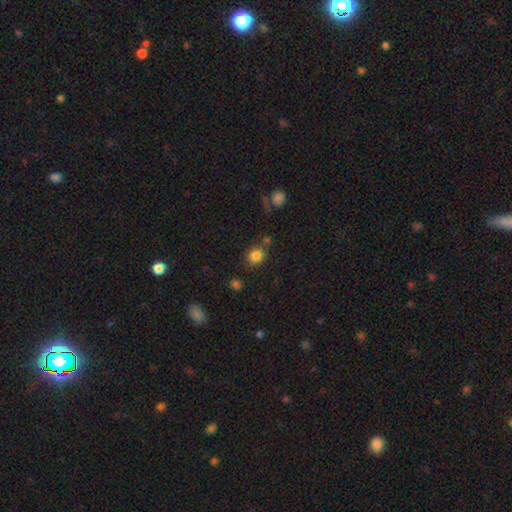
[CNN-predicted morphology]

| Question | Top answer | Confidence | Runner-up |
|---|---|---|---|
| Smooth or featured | smooth | 84% | star or artifact (12%) |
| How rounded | round | 77% | in between (22%) |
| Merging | none | 75% | minor disturbance (11%) |